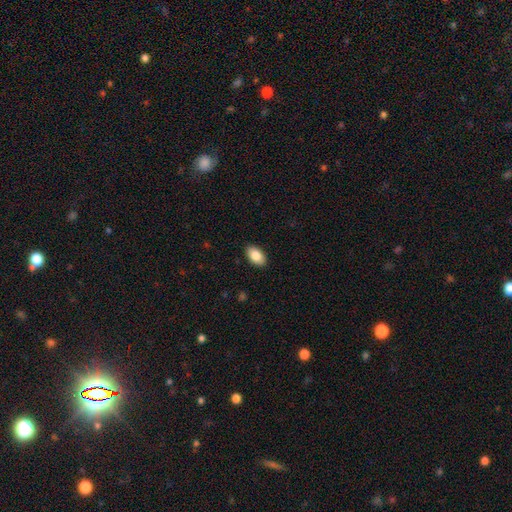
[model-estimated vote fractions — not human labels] This is clearly a smooth galaxy (86%). How rounded: clearly in between (93%). Merging: clearly none (89%).